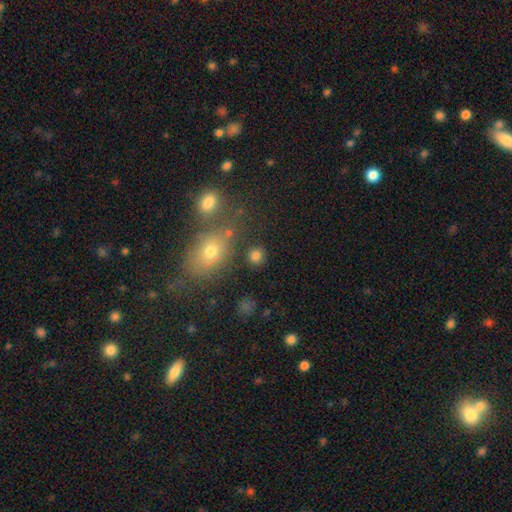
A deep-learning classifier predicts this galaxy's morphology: smooth_or_featured: smooth (p=0.80) [alt: star or artifact p=0.14]
how_rounded: round (p=0.85) [alt: in between p=0.14]
merging: none (p=0.82) [alt: minor disturbance p=0.08]